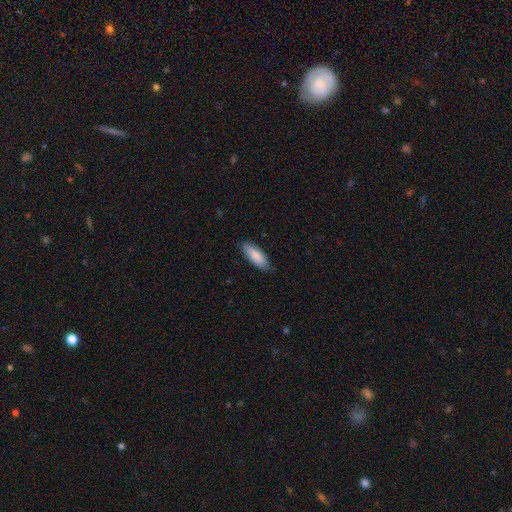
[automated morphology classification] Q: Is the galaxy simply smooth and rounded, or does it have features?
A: smooth — 85%.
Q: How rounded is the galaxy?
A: in between — 66%.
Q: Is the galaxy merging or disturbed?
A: none — 83%.